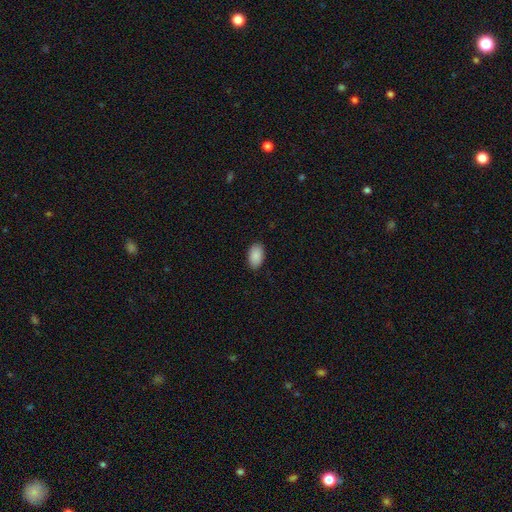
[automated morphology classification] type=smooth (90%); roundness=in between (94%); merging=none (89%).